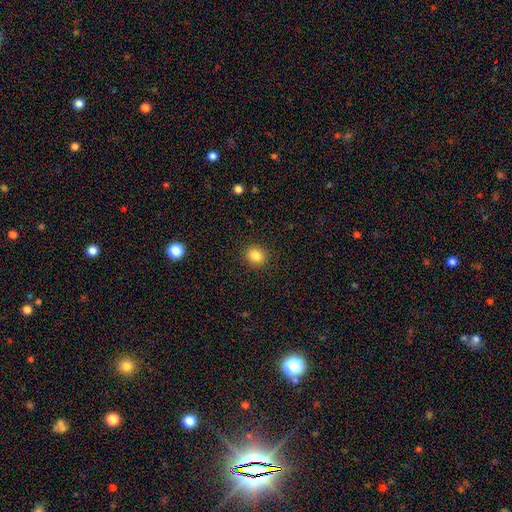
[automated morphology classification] Smooth or featured?
  - smooth: 84% *
  - star or artifact: 11%
  - featured or disk: 5%
How rounded?
  - round: 76% *
  - in between: 23%
  - cigar-shaped: 1%
Merging?
  - none: 90% *
  - minor disturbance: 7%
  - major disturbance: 2%
  - merger: 1%